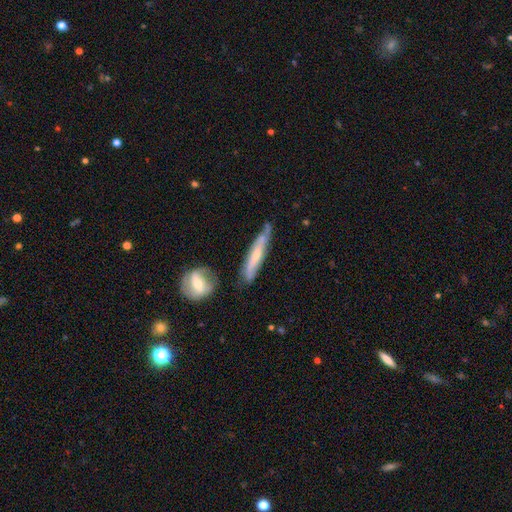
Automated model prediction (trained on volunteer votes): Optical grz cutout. It shows a featured or disk galaxy (55%) viewed edge-on (70%). Merging: none (59%).